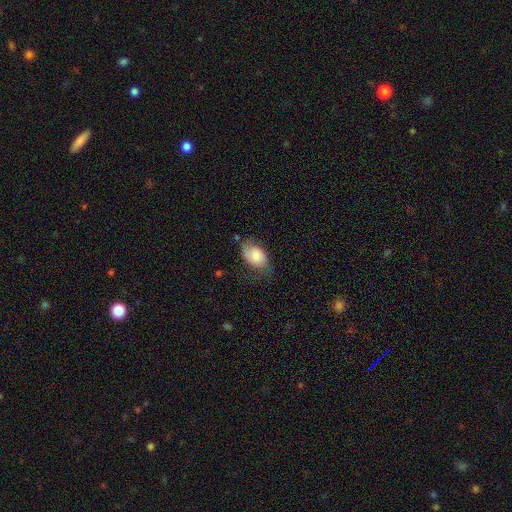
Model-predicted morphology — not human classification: type=smooth (62%); roundness=in between (85%); merging=none (47%).